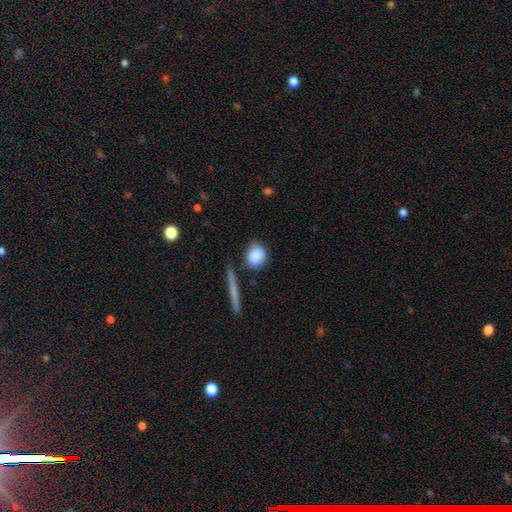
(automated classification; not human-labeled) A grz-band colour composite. It shows a smooth galaxy with no disk features (86%) that is round (74%). Merging: none (73%).